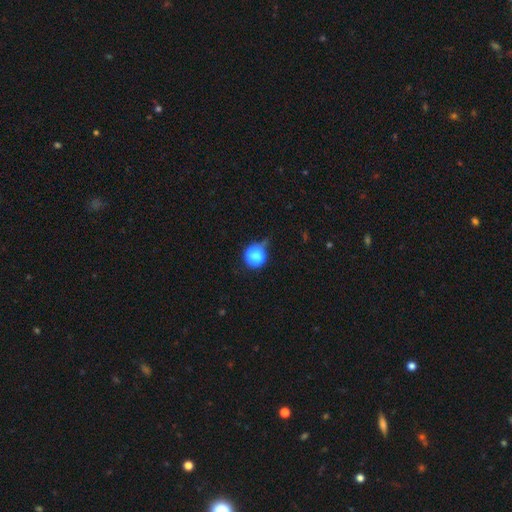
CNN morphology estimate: A smooth galaxy with no disk features (82%) that is round (90%).

Vote fractions:
- Smooth or featured? smooth: 82% / star or artifact: 10% / featured or disk: 9%
- How rounded? round: 90% / in between: 9% / cigar-shaped: 1%
- Merging? none: 52% / minor disturbance: 34% / major disturbance: 10% / merger: 4%